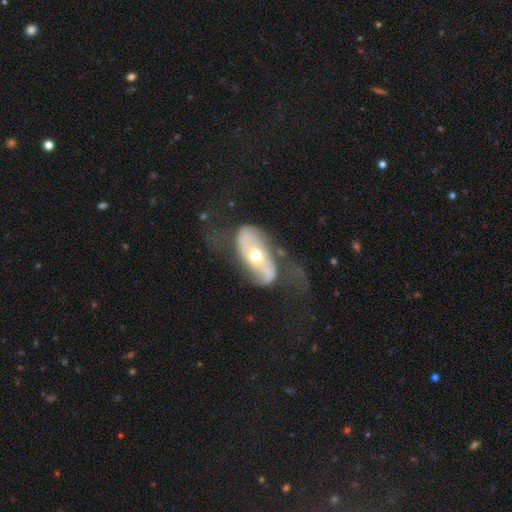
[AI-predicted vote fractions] A featured or disk galaxy (72%) with no bar (64%), spiral arms (72%) and a moderate central bulge (75%). Merging: none (43%).